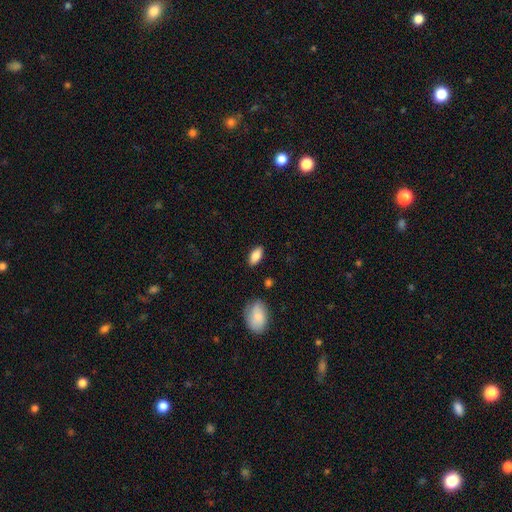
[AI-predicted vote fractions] Smooth or featured? smooth (84%)
How rounded? in between (88%)
Merging? none (86%)